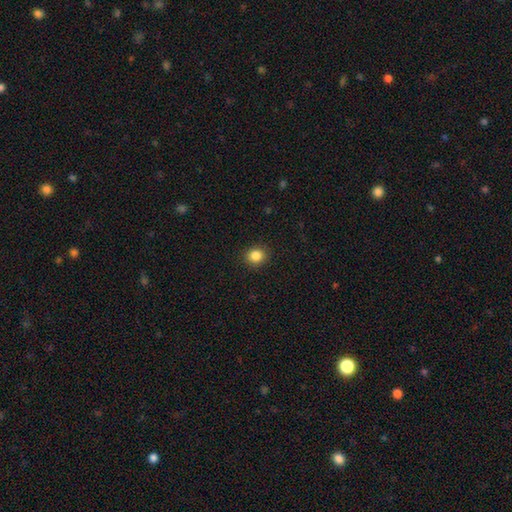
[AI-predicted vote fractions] This is clearly a smooth galaxy (85%). How rounded: clearly round (81%). Merging: clearly none (91%).